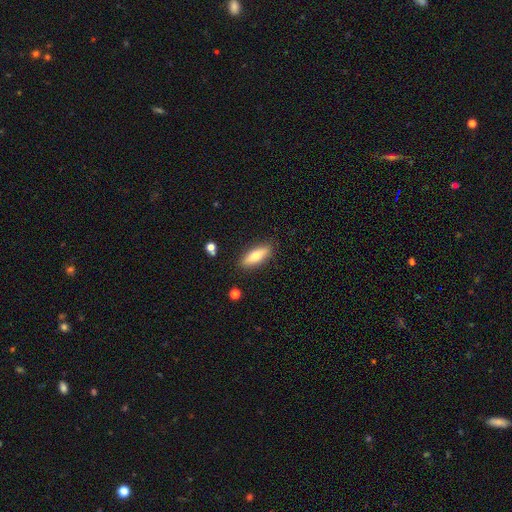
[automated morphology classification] A smooth galaxy with no disk features (69%) that is in between round and cigar-shaped (52%).

Vote fractions:
- Smooth or featured? smooth: 69% / featured or disk: 25% / star or artifact: 7%
- How rounded? in between: 52% / cigar-shaped: 46% / round: 2%
- Merging? none: 87% / minor disturbance: 9% / major disturbance: 2% / merger: 2%